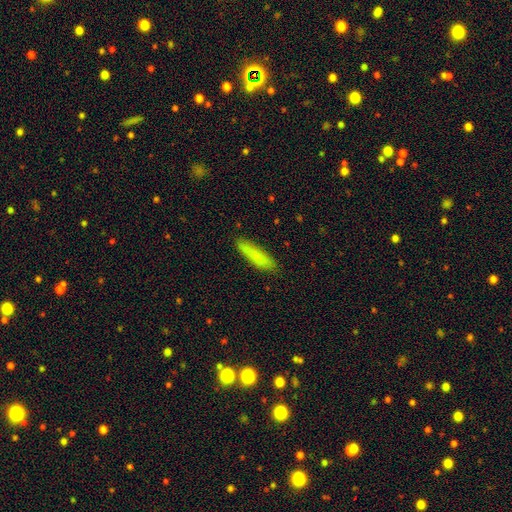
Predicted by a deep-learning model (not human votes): Smooth or featured: smooth — 83% (featured or disk — 10%)
How rounded: cigar-shaped — 80% (in between — 19%)
Merging: none — 85% (minor disturbance — 12%)